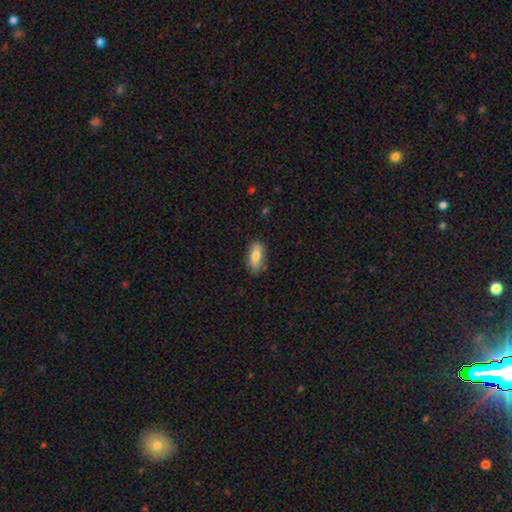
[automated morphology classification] type=smooth (65%); roundness=in between (64%); merging=none (82%).